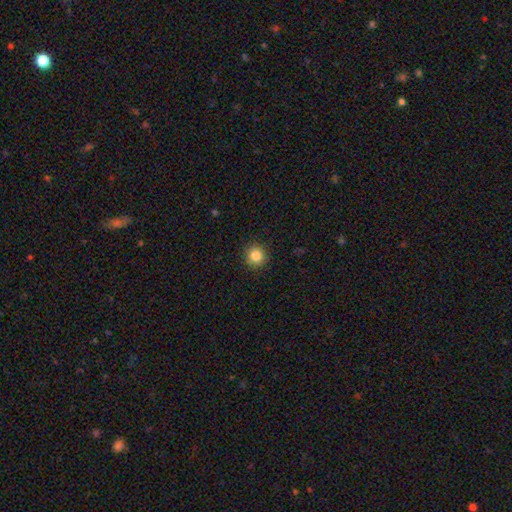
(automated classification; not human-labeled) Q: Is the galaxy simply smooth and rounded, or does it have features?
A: smooth — 84%.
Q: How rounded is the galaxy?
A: round — 93%.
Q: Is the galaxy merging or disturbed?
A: none — 90%.